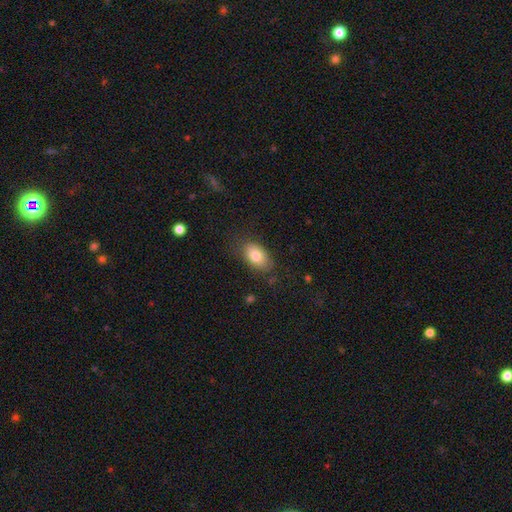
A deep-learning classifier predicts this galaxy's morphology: Smooth or featured?
  - smooth: 81% *
  - featured or disk: 12%
  - star or artifact: 7%
How rounded?
  - in between: 91% *
  - round: 8%
  - cigar-shaped: 2%
Merging?
  - none: 77% *
  - minor disturbance: 17%
  - major disturbance: 5%
  - merger: 1%